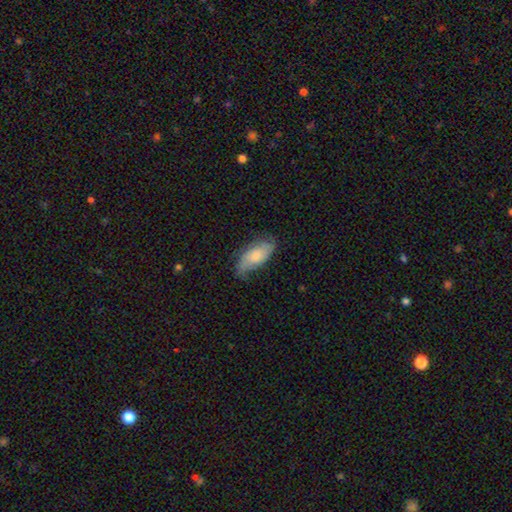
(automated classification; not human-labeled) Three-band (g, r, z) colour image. It shows a smooth galaxy with no disk features (58%) that is in between round and cigar-shaped (86%). Merging: none (63%).